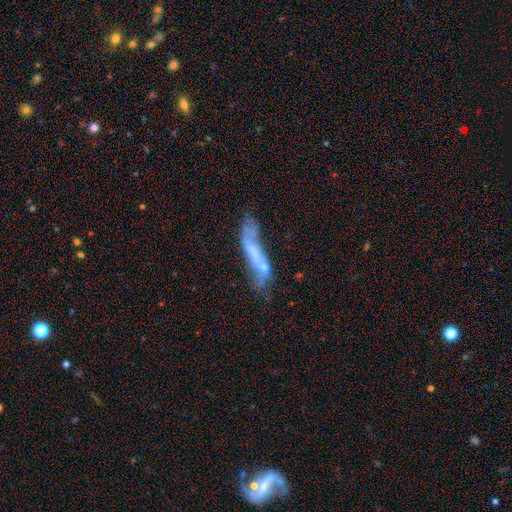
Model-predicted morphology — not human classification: smooth_or_featured: featured or disk (p=0.54) [alt: smooth p=0.35]
disk_edge_on: no (p=0.65) [alt: yes p=0.35]
merging: none (p=0.32) [alt: major disturbance p=0.25]